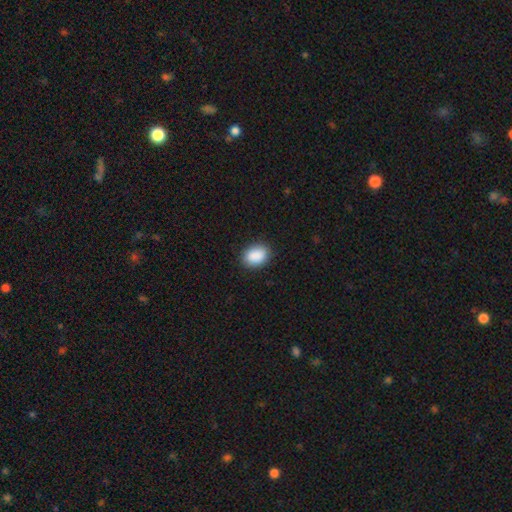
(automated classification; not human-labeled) This appears to be a smooth galaxy with no disk features (90%) that is in between round and cigar-shaped (74%). Merging: none (88%).